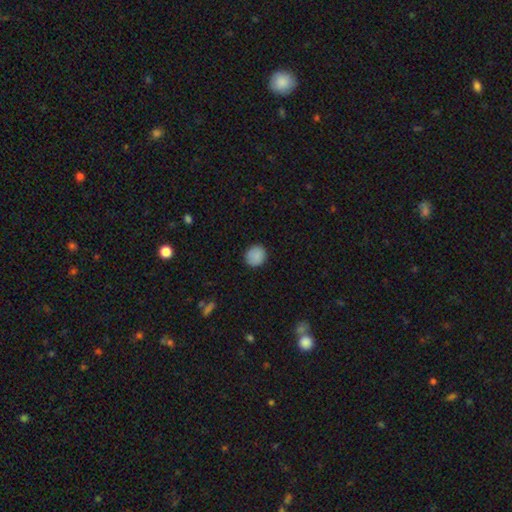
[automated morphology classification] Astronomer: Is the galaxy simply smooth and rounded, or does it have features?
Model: smooth — 88%.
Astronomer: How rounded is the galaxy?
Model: round — 89%.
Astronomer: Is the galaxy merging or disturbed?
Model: none — 89%.